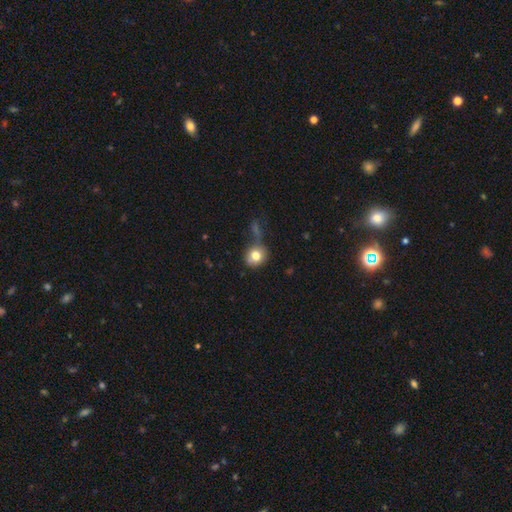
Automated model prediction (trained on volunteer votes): Overall: smooth (78%). How rounded: round (82%). Merging: none (54%; minor disturbance 19%).